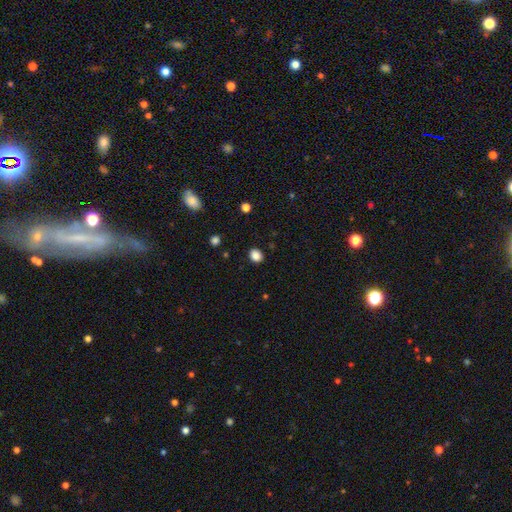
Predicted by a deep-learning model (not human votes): This appears to be a smooth galaxy with no disk features (87%) that is round (55%). Merging: none (89%).